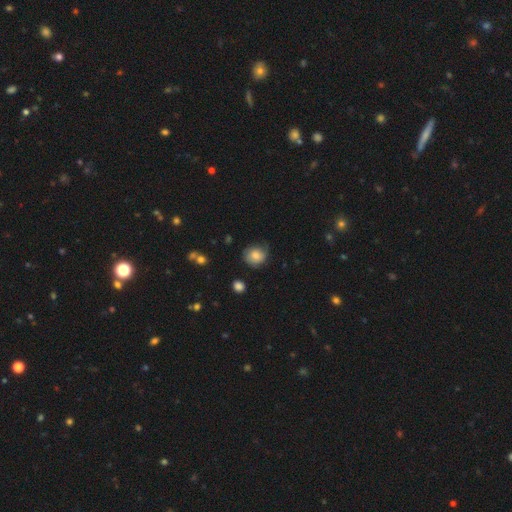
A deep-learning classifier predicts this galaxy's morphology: Smooth or featured: smooth — 73% (featured or disk — 18%)
How rounded: round — 75% (in between — 24%)
Merging: none — 60% (minor disturbance — 29%)